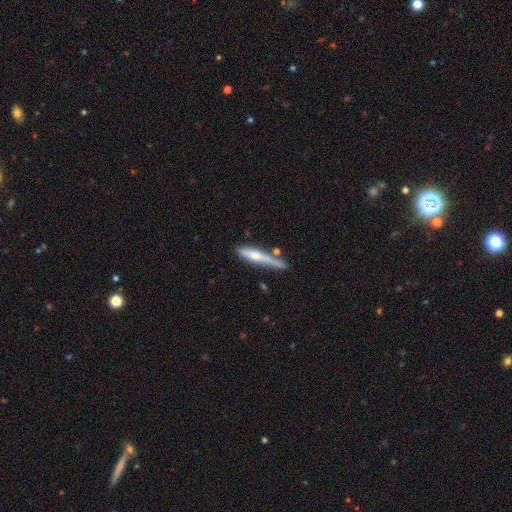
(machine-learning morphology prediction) This appears to be a smooth galaxy with no disk features (57%) that is cigar-shaped (88%). Merging: none (55%).